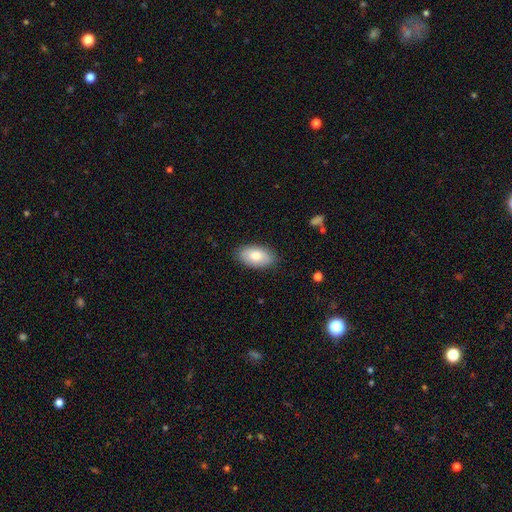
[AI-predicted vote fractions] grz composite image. It shows a smooth galaxy with no disk features (78%) that is in between round and cigar-shaped (94%). Merging: none (86%).